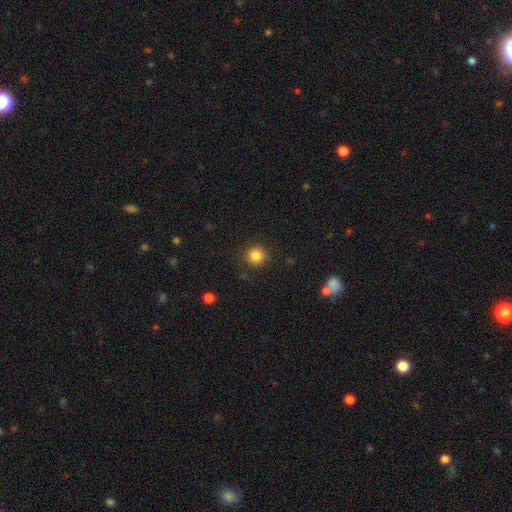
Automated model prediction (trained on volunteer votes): A smooth galaxy with no disk features (84%) that is round (94%).

Vote fractions:
- Smooth or featured? smooth: 84% / star or artifact: 11% / featured or disk: 5%
- How rounded? round: 94% / in between: 5% / cigar-shaped: 1%
- Merging? none: 90% / minor disturbance: 7% / major disturbance: 3% / merger: 1%